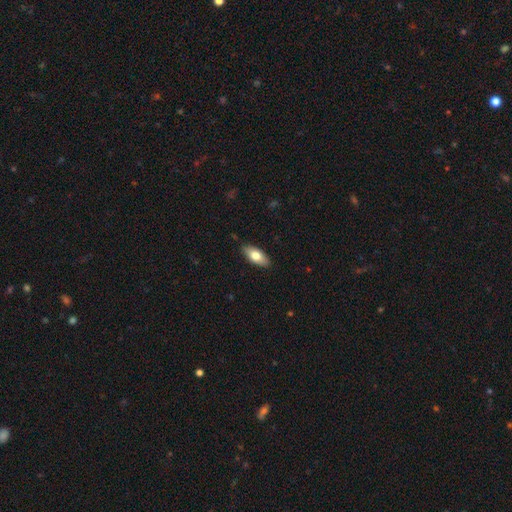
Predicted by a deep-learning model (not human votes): smooth_or_featured: smooth (p=0.73) [alt: featured or disk p=0.20]
how_rounded: in between (p=0.84) [alt: cigar-shaped p=0.14]
merging: none (p=0.86) [alt: minor disturbance p=0.11]